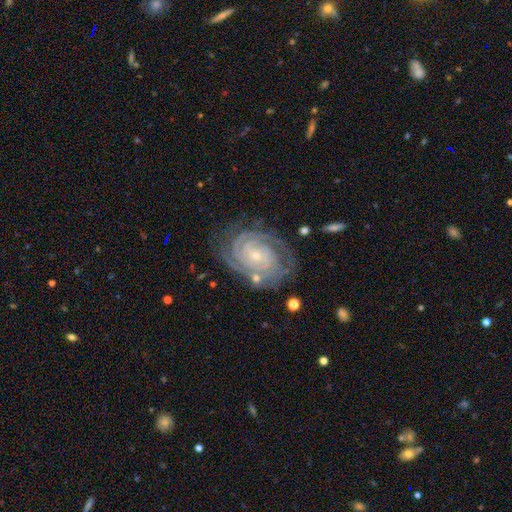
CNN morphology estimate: Smooth or featured? featured or disk (90%)
Edge-on disk? no (97%)
Bar? no (71%)
Spiral arms? yes (98%)
Spiral winding? tight (83%)
Spiral arm count? 2 (26%)
Bulge size? small (80%)
Merging? none (73%)